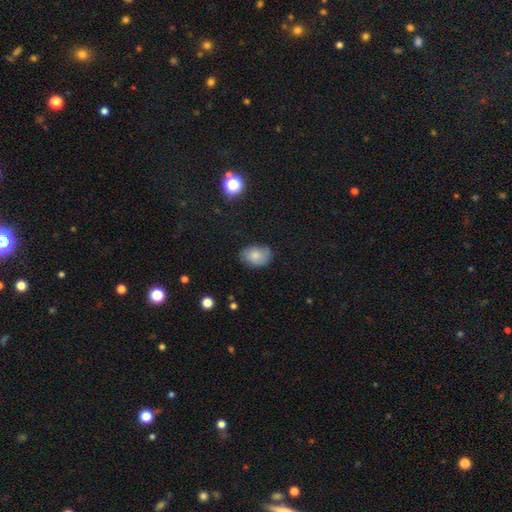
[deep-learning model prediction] Smooth or featured: smooth — 78% (featured or disk — 13%)
How rounded: in between — 75% (round — 24%)
Merging: none — 72% (minor disturbance — 22%)